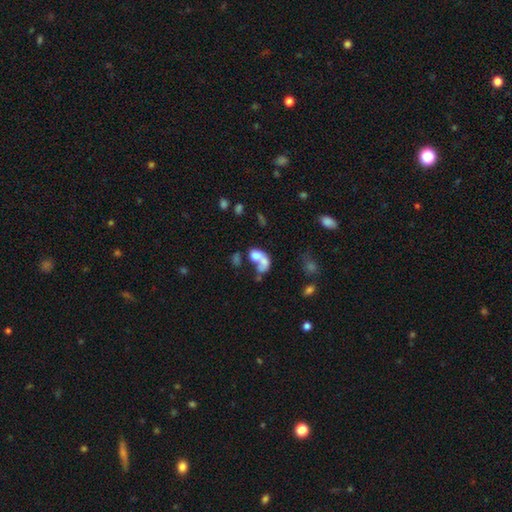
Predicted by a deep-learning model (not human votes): A smooth galaxy with no disk features (60%) that is in between round and cigar-shaped (72%). Merging: merger (66%).